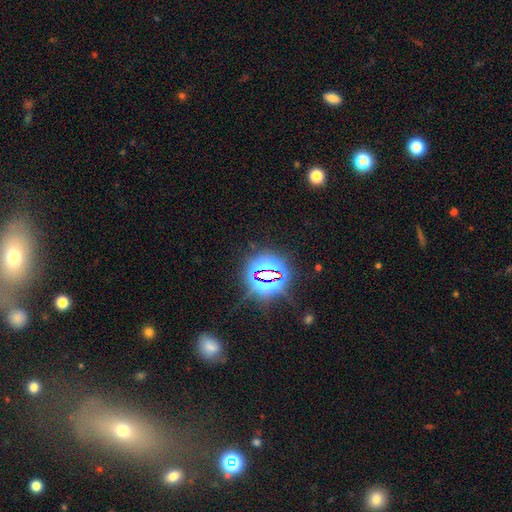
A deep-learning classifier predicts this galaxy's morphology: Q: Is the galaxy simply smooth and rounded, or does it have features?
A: star or artifact — 77%.